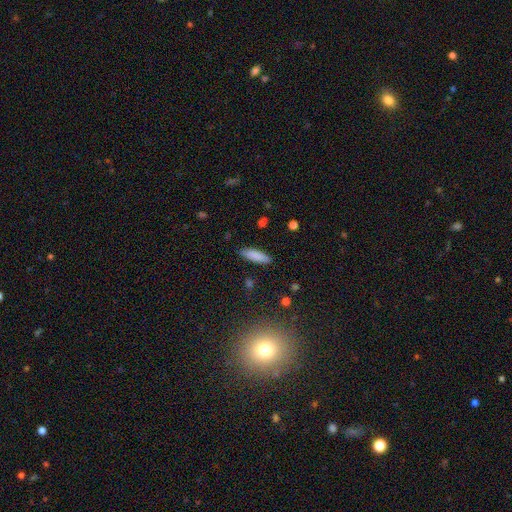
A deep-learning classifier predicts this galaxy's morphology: Overall: smooth (85%). How rounded: cigar-shaped (56%; in between 42%). Merging: none (87%).